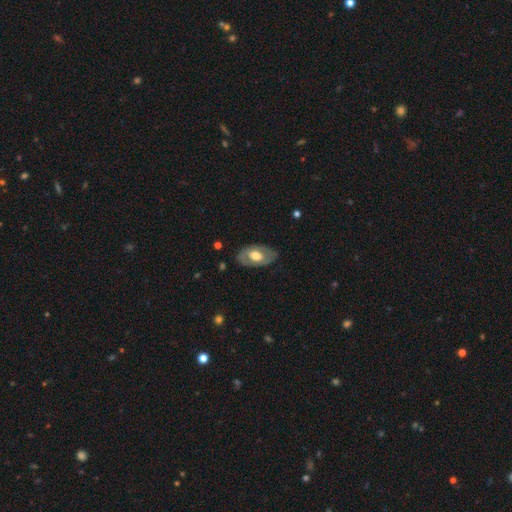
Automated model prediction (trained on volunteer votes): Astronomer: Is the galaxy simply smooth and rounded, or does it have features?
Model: featured or disk — 53% (runner-up: smooth, 42%).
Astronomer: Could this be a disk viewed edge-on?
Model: no — 89%.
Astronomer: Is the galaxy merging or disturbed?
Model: none — 77%.